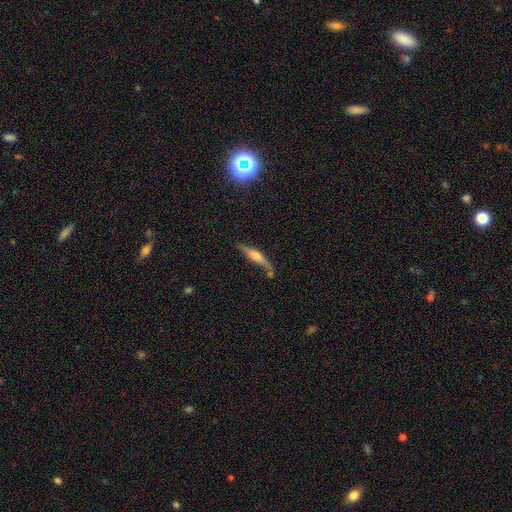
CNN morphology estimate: Smooth or featured: featured or disk — 63% (smooth — 29%)
Edge-on disk: yes — 94% (no — 6%)
Edge-on bulge: rounded — 79% (boxy — 15%)
Merging: none — 72% (minor disturbance — 16%)